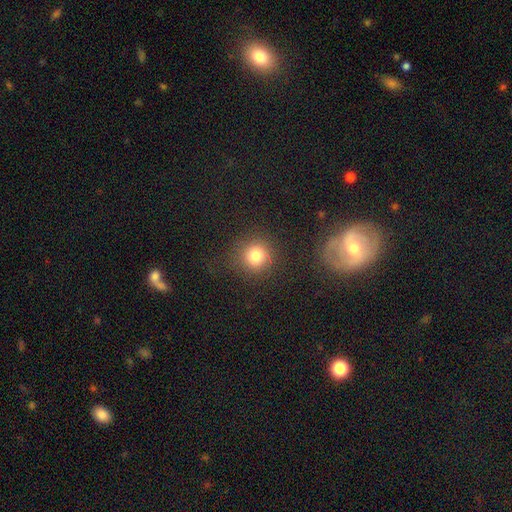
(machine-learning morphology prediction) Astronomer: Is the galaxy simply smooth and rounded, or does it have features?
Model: smooth — 79%.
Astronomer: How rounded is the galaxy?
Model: round — 92%.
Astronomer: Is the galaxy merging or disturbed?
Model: none — 85%.